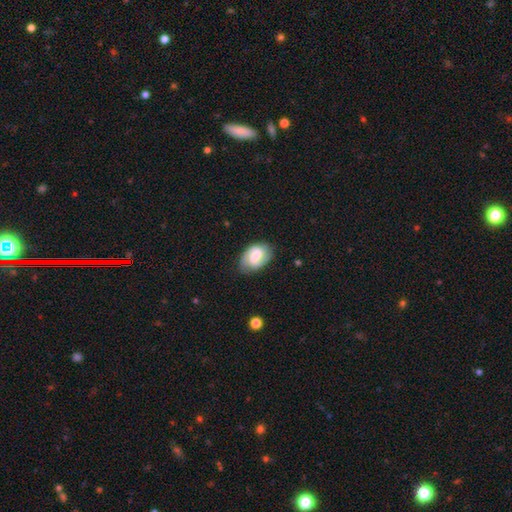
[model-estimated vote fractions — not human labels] Smooth or featured: featured or disk — 67% (smooth — 27%)
Edge-on disk: no — 97% (yes — 3%)
Bar: weak — 55% (no — 26%)
Spiral arms: yes — 92% (no — 8%)
Spiral winding: medium — 46% (tight — 32%)
Spiral arm count: 2 — 82% (can't tell — 8%)
Bulge size: moderate — 45% (small — 30%)
Merging: none — 76% (minor disturbance — 17%)